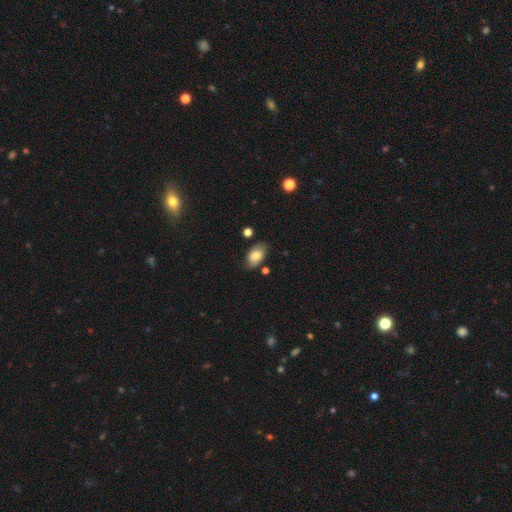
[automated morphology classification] smooth_or_featured: smooth (p=0.77) [alt: featured or disk p=0.15]
how_rounded: in between (p=0.91) [alt: round p=0.08]
merging: none (p=0.72) [alt: minor disturbance p=0.20]